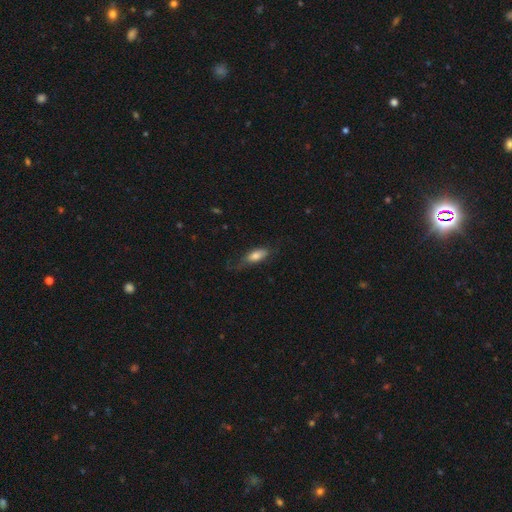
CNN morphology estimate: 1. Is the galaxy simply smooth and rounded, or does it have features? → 74% smooth, 19% featured or disk, 7% star or artifact.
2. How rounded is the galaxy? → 73% in between, 24% cigar-shaped, 3% round.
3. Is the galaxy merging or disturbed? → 54% none, 28% minor disturbance, 16% major disturbance, 2% merger.